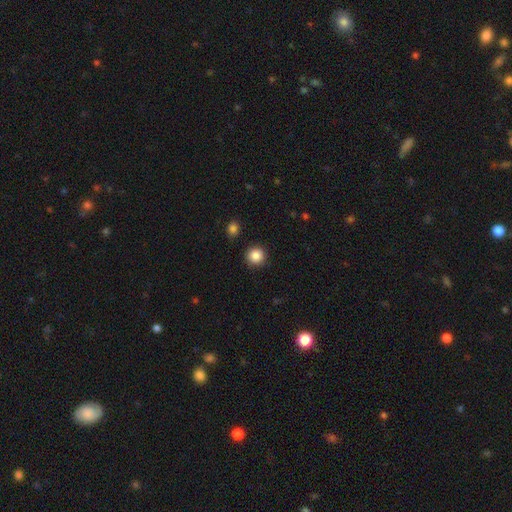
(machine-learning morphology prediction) This appears to be a smooth galaxy with no disk features (86%) that is round (94%). Merging: none (90%).